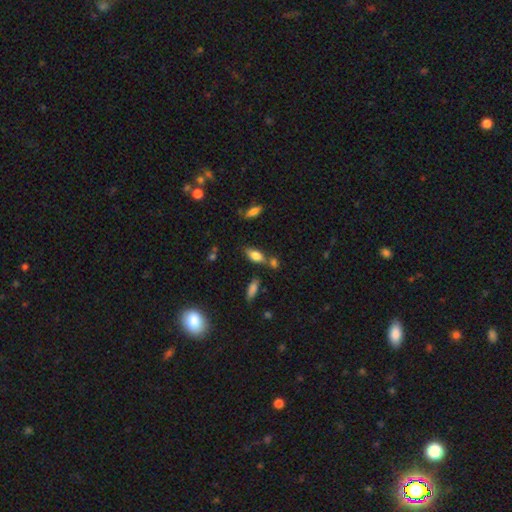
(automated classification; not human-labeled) smooth-or-featured: smooth: 77% | featured or disk: 13% | star or artifact: 10%
  how-rounded: in between: 83% | cigar-shaped: 12% | round: 4%
  merging: none: 61% | minor disturbance: 18% | merger: 16% | major disturbance: 5%